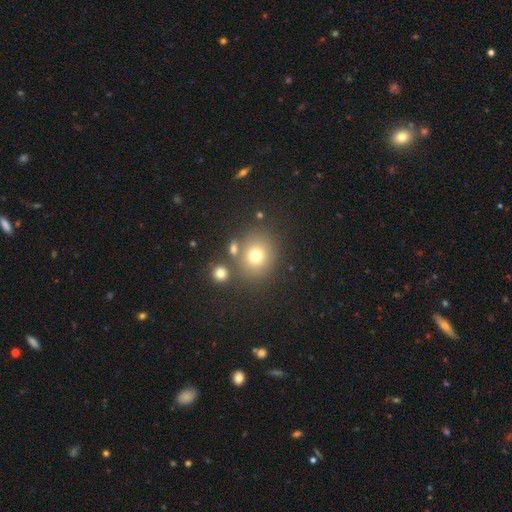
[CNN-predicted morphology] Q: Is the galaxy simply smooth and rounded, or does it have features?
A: smooth — 73%.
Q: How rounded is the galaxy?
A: round — 76%.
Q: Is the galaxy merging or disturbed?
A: none — 73%.